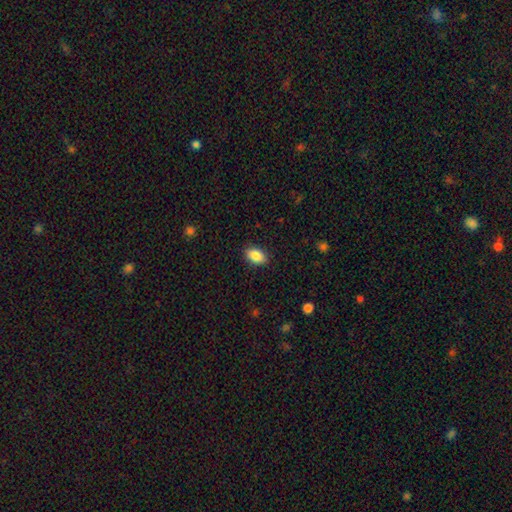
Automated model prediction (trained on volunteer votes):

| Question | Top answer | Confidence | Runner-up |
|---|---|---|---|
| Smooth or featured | smooth | 87% | star or artifact (8%) |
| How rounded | in between | 91% | round (8%) |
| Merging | none | 89% | minor disturbance (8%) |